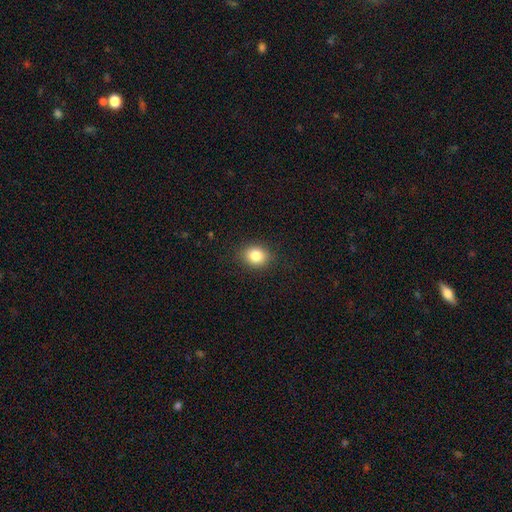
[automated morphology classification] This is clearly a smooth galaxy (84%). How rounded: possibly round (59%). Merging: clearly none (88%).